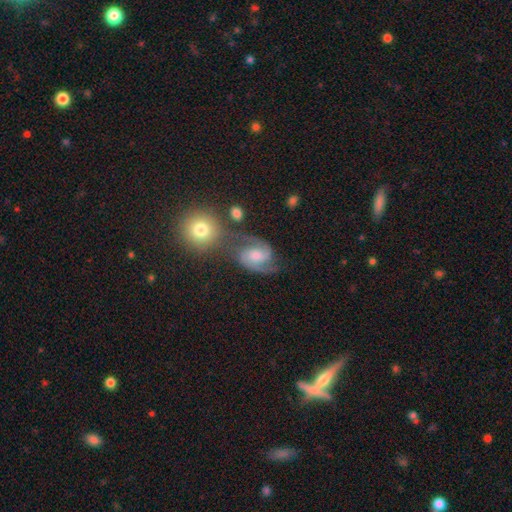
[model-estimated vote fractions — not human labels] A featured or disk galaxy (82%) with no bar (51%), 2 (92%) medium (58%) spiral arms (97%) and a moderate central bulge (52%).

Vote fractions:
- Smooth or featured? featured or disk: 82% / smooth: 11% / star or artifact: 7%
- Edge-on disk? no: 98% / yes: 2%
- Bar? no: 51% / weak: 40% / strong: 9%
- Spiral arms? yes: 97% / no: 3%
- Spiral winding? medium: 58% / tight: 24% / loose: 17%
- Spiral arm count? 2: 92% / can't tell: 3% / 1: 2% / 3: 2% / 4: 1% / more than 4: 1%
- Bulge size? moderate: 52% / small: 26% / large: 13% / none: 8% / dominant: 2%
- Merging? none: 56% / minor disturbance: 17% / merger: 17% / major disturbance: 10%